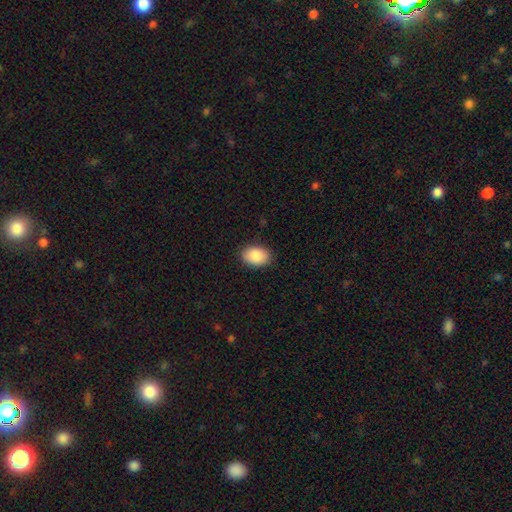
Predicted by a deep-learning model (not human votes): This is clearly a smooth galaxy (90%). How rounded: clearly in between (84%). Merging: clearly none (89%).